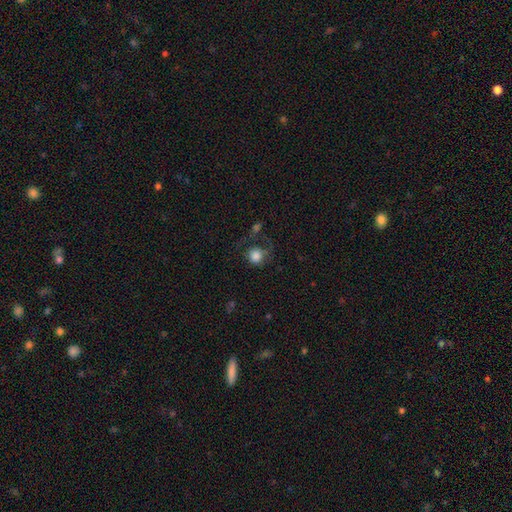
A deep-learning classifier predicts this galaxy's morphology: Smooth or featured? smooth (80%)
How rounded? round (87%)
Merging? none (44%)